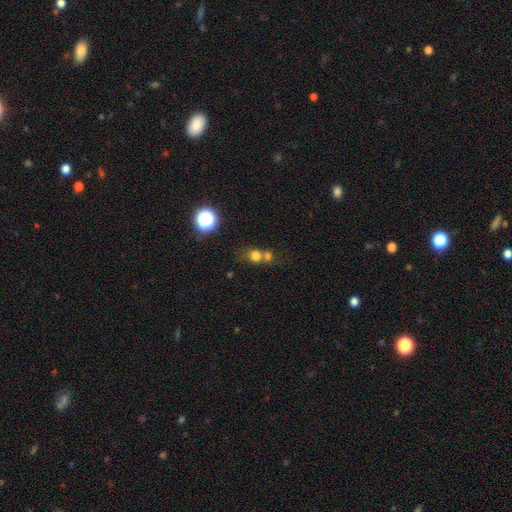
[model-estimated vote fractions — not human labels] Smooth or featured? Predicted: smooth (p=0.72). How rounded? Predicted: round (p=0.74). Merging? Predicted: merger (p=0.49).